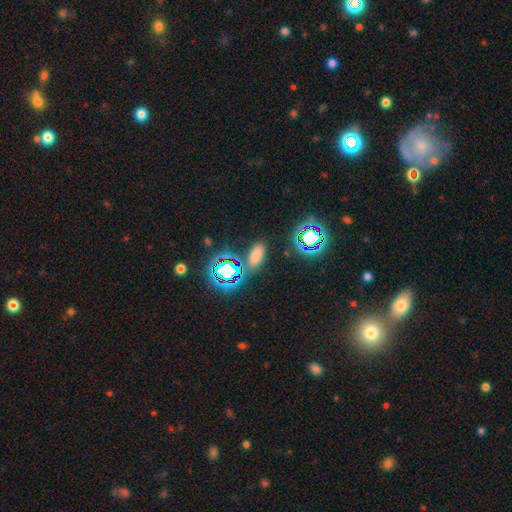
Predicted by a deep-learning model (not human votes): smooth_or_featured: smooth (p=0.65) [alt: star or artifact p=0.28]
how_rounded: in between (p=0.83) [alt: cigar-shaped p=0.10]
merging: none (p=0.83) [alt: minor disturbance p=0.09]